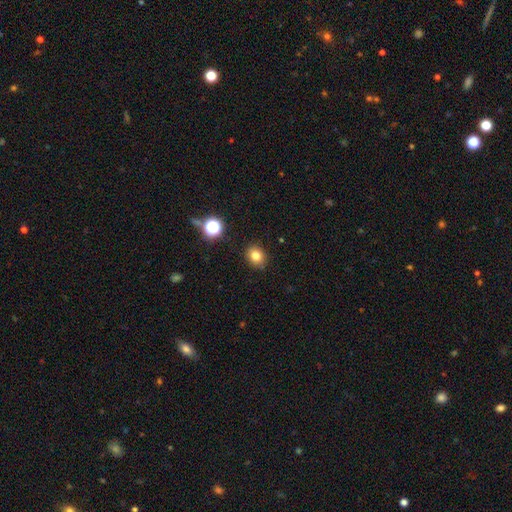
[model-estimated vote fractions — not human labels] smooth 80%, star or artifact 13%, featured or disk 7%. Down the decision tree: how rounded — round (62%); merging — none (88%).